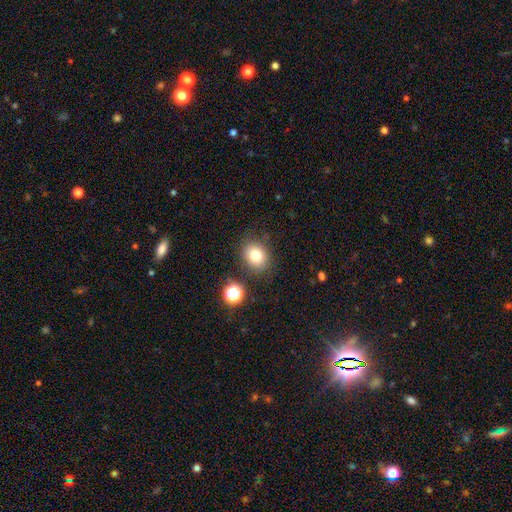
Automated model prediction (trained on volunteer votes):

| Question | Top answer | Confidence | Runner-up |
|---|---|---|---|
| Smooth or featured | smooth | 78% | star or artifact (13%) |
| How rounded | round | 61% | in between (38%) |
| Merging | none | 82% | minor disturbance (11%) |